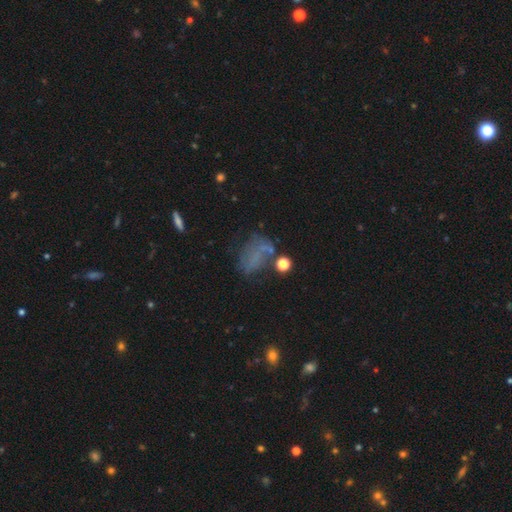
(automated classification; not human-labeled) The model was most divided on "smooth or featured": smooth: 45%, featured or disk: 33%, star or artifact: 22%. Remaining: merging — none (40%).